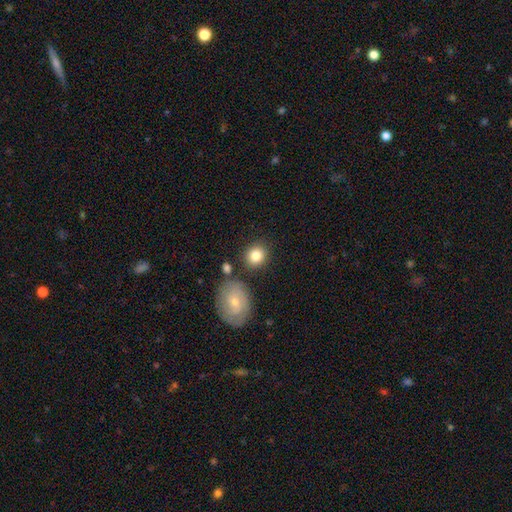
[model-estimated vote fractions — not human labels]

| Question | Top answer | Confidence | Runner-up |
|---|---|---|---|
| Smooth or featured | smooth | 82% | featured or disk (9%) |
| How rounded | round | 78% | in between (21%) |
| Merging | none | 78% | minor disturbance (11%) |